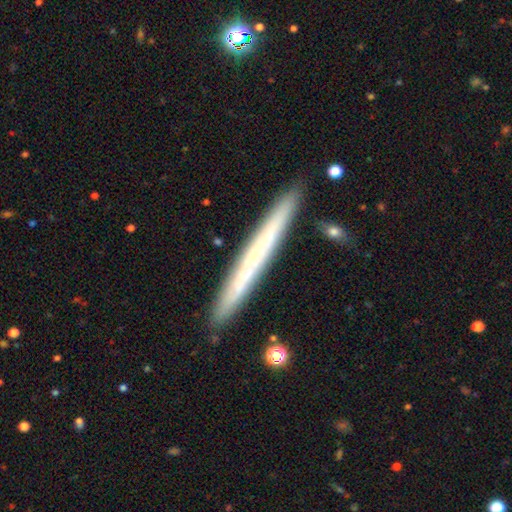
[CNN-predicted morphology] The model was most divided on "smooth or featured": smooth: 47%, featured or disk: 46%, star or artifact: 7%. More confident: merging — none (90%).